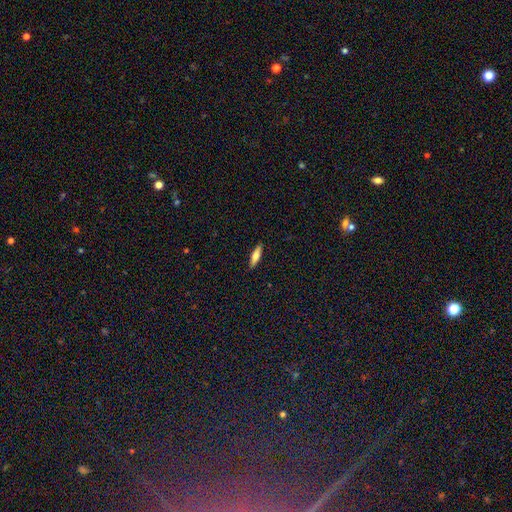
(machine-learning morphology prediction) Q: Smooth or featured?
A: smooth (68%); runner-up: featured or disk (25%)
Q: How rounded?
A: cigar-shaped (61%); runner-up: in between (37%)
Q: Merging?
A: none (90%); runner-up: minor disturbance (8%)